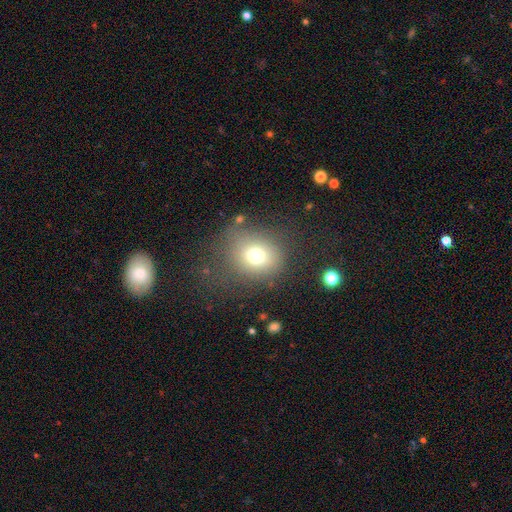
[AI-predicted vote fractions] Morphology: type=smooth (73%); roundness=round (71%); merging=none (70%).